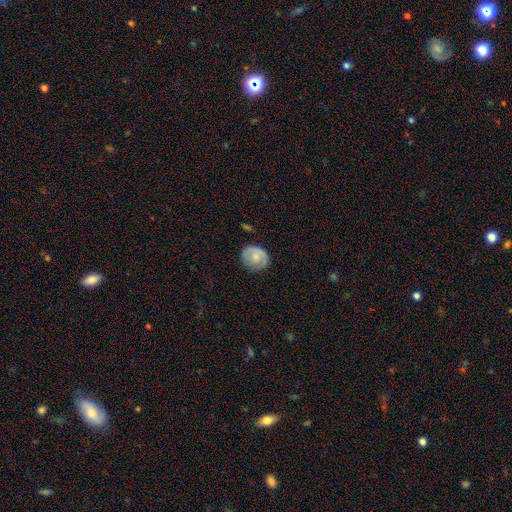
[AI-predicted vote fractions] Smooth or featured? smooth (65%)
How rounded? round (72%)
Merging? none (72%)